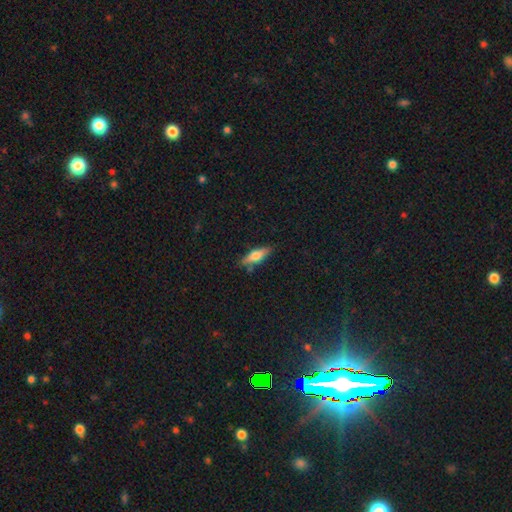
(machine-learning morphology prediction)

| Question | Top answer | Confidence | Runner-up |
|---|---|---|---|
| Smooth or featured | smooth | 58% | featured or disk (35%) |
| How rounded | cigar-shaped | 51% | in between (46%) |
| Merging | none | 79% | minor disturbance (15%) |